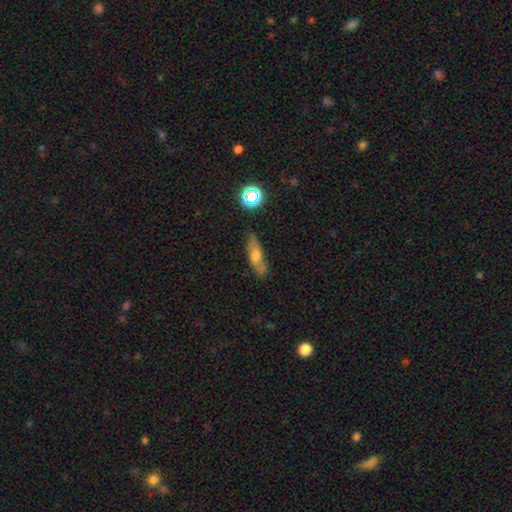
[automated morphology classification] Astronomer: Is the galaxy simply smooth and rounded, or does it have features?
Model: smooth — 56% (runner-up: featured or disk, 31%).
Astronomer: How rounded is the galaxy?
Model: cigar-shaped — 48% (runner-up: in between, 46%).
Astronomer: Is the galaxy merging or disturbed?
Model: none — 69%.